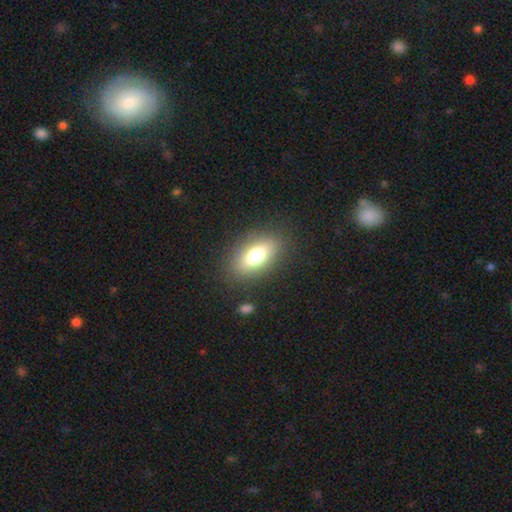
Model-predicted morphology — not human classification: This is likely a smooth galaxy (73%). How rounded: clearly in between (85%). Merging: clearly none (85%).